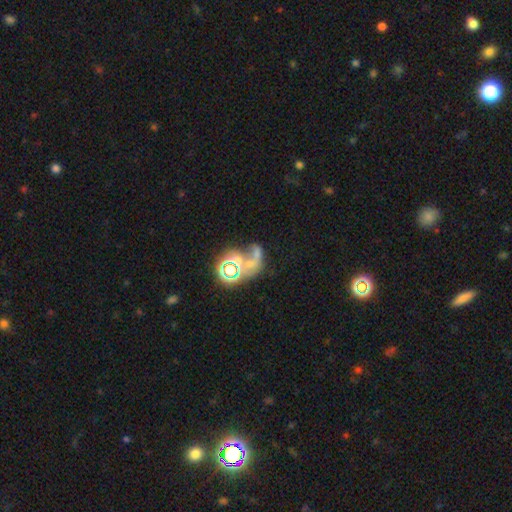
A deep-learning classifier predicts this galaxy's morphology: Smooth or featured? star or artifact (35%)